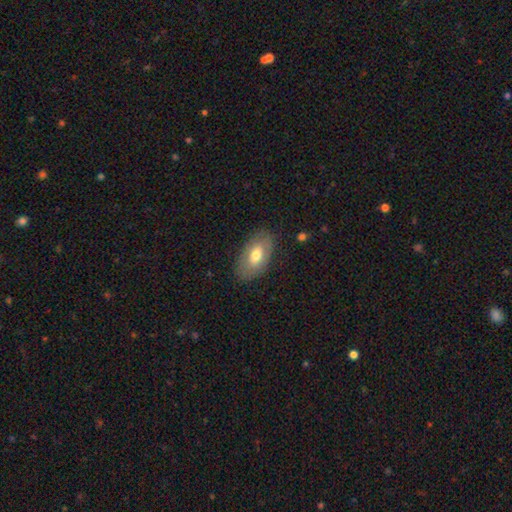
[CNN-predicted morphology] smooth-or-featured: smooth: 63% | featured or disk: 31% | star or artifact: 6%
  how-rounded: in between: 93% | round: 5% | cigar-shaped: 3%
  merging: none: 82% | minor disturbance: 13% | major disturbance: 4% | merger: 1%